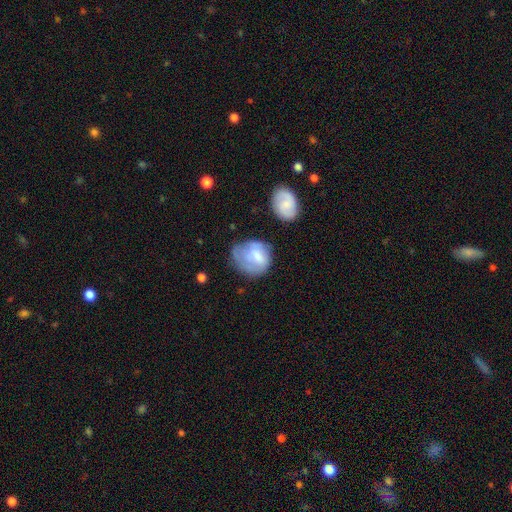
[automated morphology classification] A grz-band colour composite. It shows a smooth galaxy with no disk features (61%) that is round (58%). Merging: none (38%).